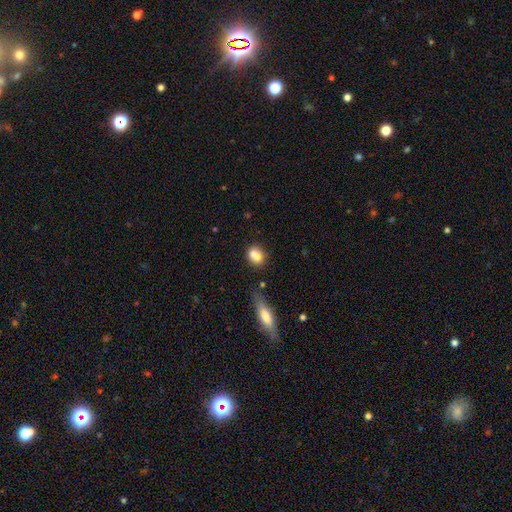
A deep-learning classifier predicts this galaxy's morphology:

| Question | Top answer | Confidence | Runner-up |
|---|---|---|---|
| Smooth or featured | smooth | 72% | featured or disk (18%) |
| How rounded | round | 61% | in between (37%) |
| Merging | merger | 47% | none (38%) |